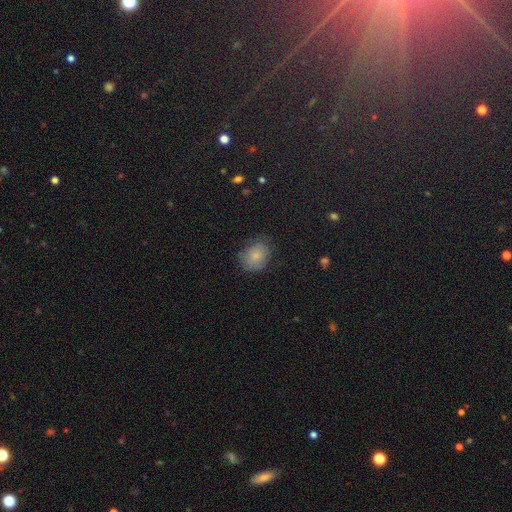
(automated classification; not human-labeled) The model was most divided on "how rounded": in between: 61%, round: 38%, cigar-shaped: 1%. More confident: smooth or featured — smooth (81%); merging — none (71%).